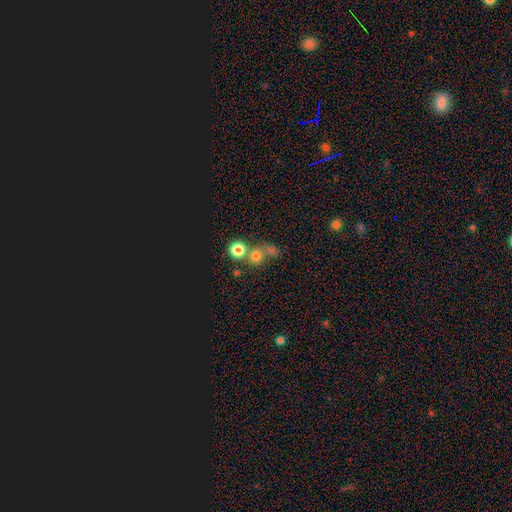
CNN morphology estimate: Q: Smooth or featured?
A: smooth (73%); runner-up: star or artifact (18%)
Q: How rounded?
A: round (87%); runner-up: in between (11%)
Q: Merging?
A: none (52%); runner-up: merger (36%)